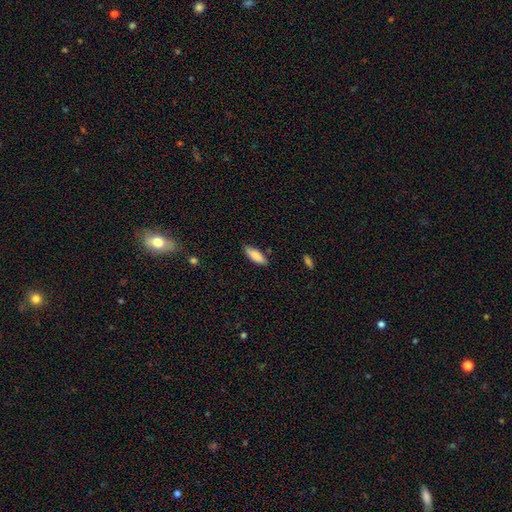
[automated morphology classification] smooth-or-featured: smooth: 84% | featured or disk: 10% | star or artifact: 6%
  how-rounded: in between: 64% | cigar-shaped: 34% | round: 2%
  merging: none: 83% | minor disturbance: 13% | major disturbance: 2% | merger: 2%